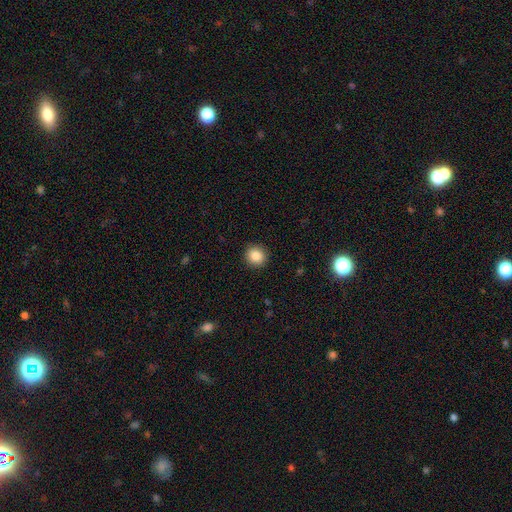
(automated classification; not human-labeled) Q: Smooth or featured?
A: smooth (86%); runner-up: star or artifact (9%)
Q: How rounded?
A: round (87%); runner-up: in between (12%)
Q: Merging?
A: none (92%); runner-up: minor disturbance (5%)